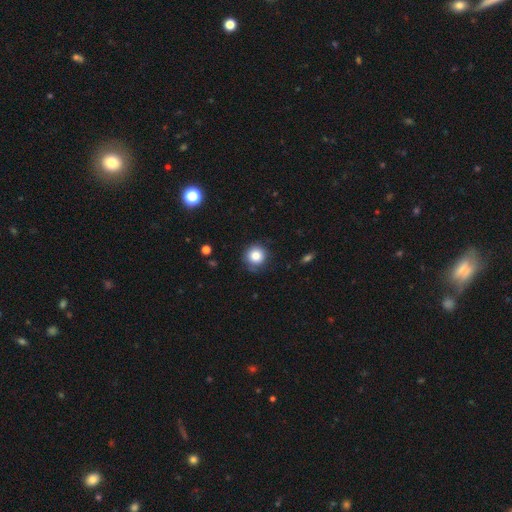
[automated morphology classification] Smooth or featured: smooth — 83% (star or artifact — 10%)
How rounded: round — 94% (in between — 5%)
Merging: none — 82% (minor disturbance — 14%)